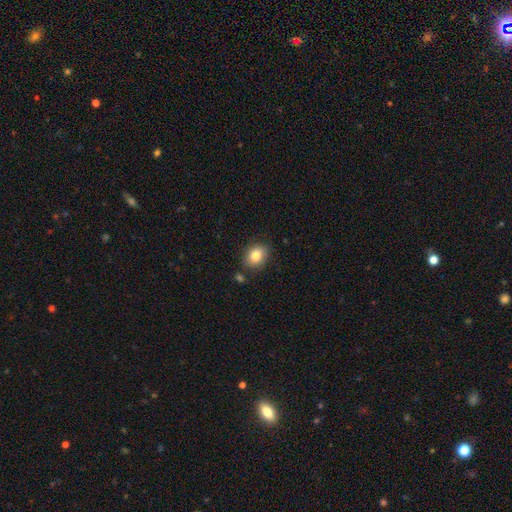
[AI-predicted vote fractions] Smooth or featured? smooth (82%)
How rounded? in between (55%)
Merging? none (81%)